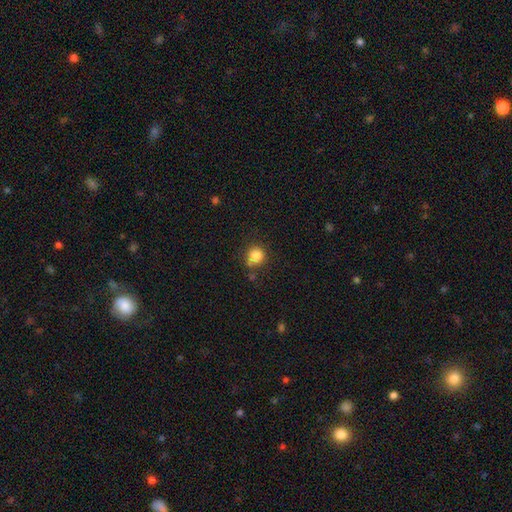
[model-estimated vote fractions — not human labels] This appears to be a smooth galaxy with no disk features (84%) that is round (89%). Merging: none (71%).